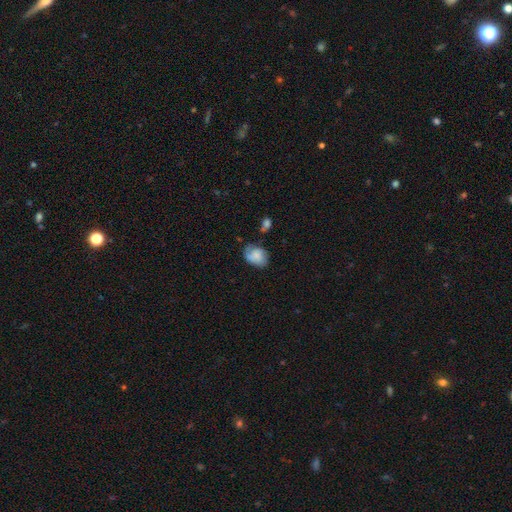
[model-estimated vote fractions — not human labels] Smooth or featured?
  - smooth: 68% *
  - featured or disk: 23%
  - star or artifact: 8%
How rounded?
  - in between: 66% *
  - round: 33%
  - cigar-shaped: 1%
Merging?
  - none: 50% *
  - minor disturbance: 32%
  - major disturbance: 12%
  - merger: 6%